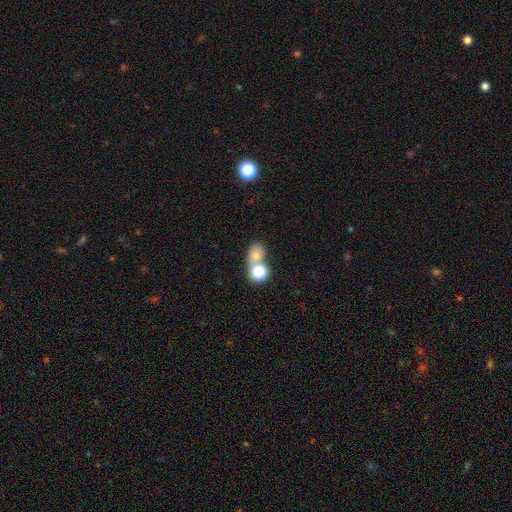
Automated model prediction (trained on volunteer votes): Smooth or featured? Predicted: smooth (p=0.69). How rounded? Predicted: round (p=0.50). Merging? Predicted: merger (p=0.43, tied with none).